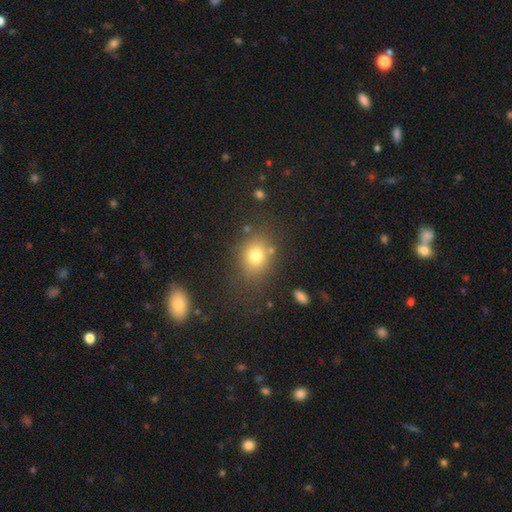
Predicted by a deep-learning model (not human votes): Smooth or featured: smooth — 77% (star or artifact — 13%)
How rounded: in between — 50% (round — 48%)
Merging: none — 75% (minor disturbance — 14%)